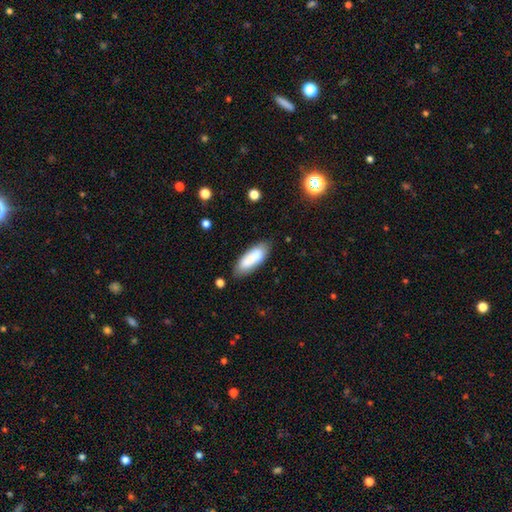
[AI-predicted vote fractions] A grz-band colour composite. It shows a smooth galaxy with no disk features (80%) that is in between round and cigar-shaped (69%). Merging: none (72%).